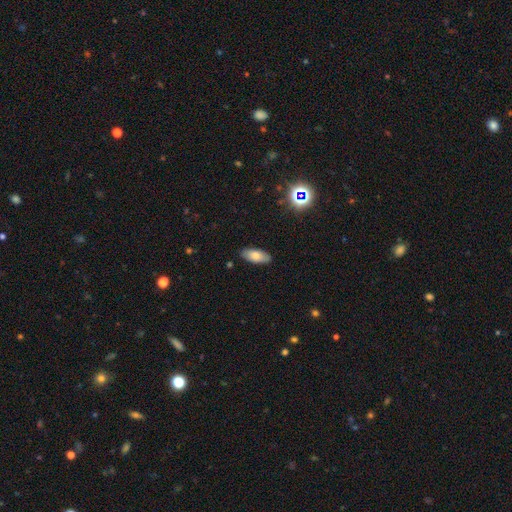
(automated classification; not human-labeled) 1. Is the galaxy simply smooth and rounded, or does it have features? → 76% smooth, 16% featured or disk, 8% star or artifact.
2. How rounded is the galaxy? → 87% in between, 10% cigar-shaped, 2% round.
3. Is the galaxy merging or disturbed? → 87% none, 10% minor disturbance, 2% major disturbance, 1% merger.